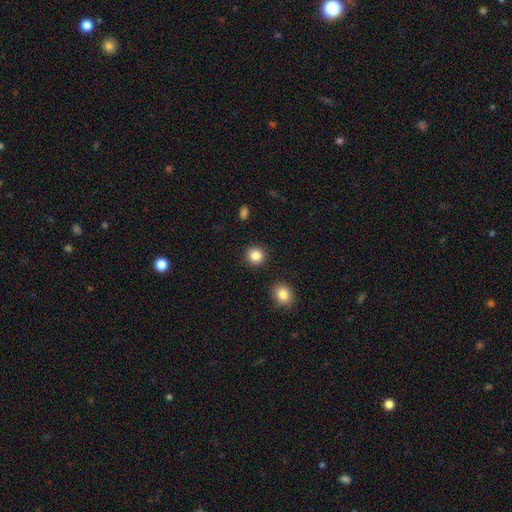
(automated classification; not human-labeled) Smooth or featured? smooth (85%)
How rounded? round (90%)
Merging? none (91%)